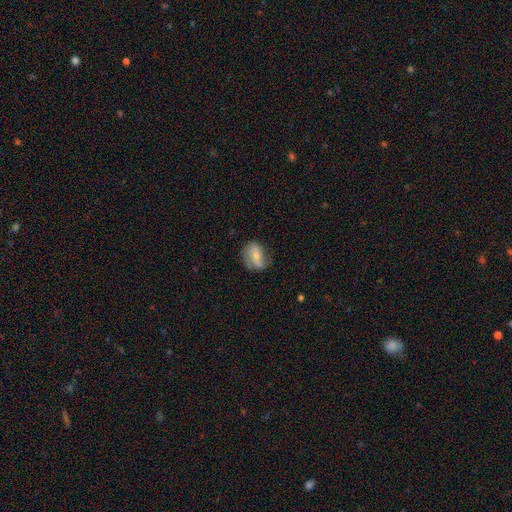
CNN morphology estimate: smooth-or-featured: smooth: 47% | featured or disk: 46% | star or artifact: 8%
  merging: none: 59% | minor disturbance: 28% | major disturbance: 11% | merger: 2%